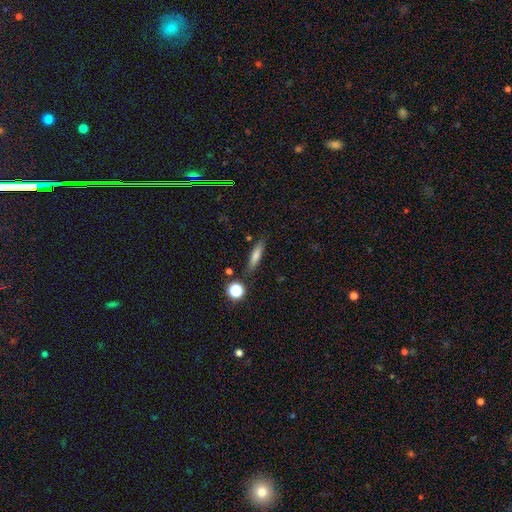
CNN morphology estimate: smooth_or_featured: smooth (p=0.73) [alt: featured or disk p=0.17]
how_rounded: cigar-shaped (p=0.73) [alt: in between p=0.23]
merging: none (p=0.82) [alt: minor disturbance p=0.11]